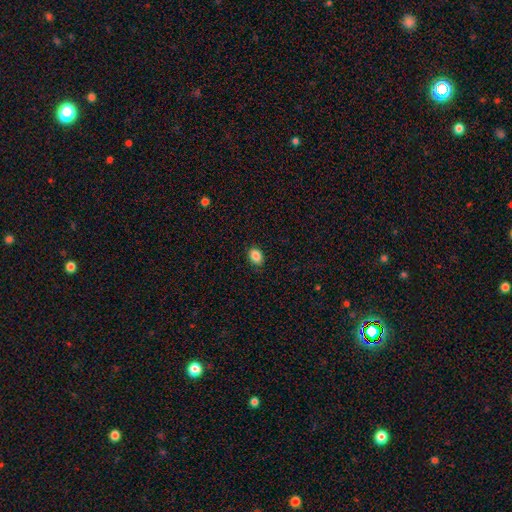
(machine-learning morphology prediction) smooth_or_featured: smooth (p=0.86) [alt: star or artifact p=0.09]
how_rounded: in between (p=0.72) [alt: round p=0.27]
merging: none (p=0.88) [alt: minor disturbance p=0.09]